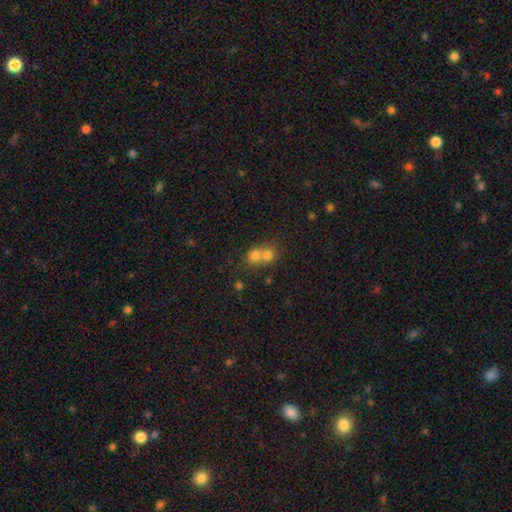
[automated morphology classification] Smooth or featured?
  - smooth: 70% *
  - featured or disk: 17%
  - star or artifact: 13%
How rounded?
  - round: 75% *
  - in between: 24%
  - cigar-shaped: 1%
Merging?
  - merger: 67% *
  - none: 26%
  - minor disturbance: 4%
  - major disturbance: 2%